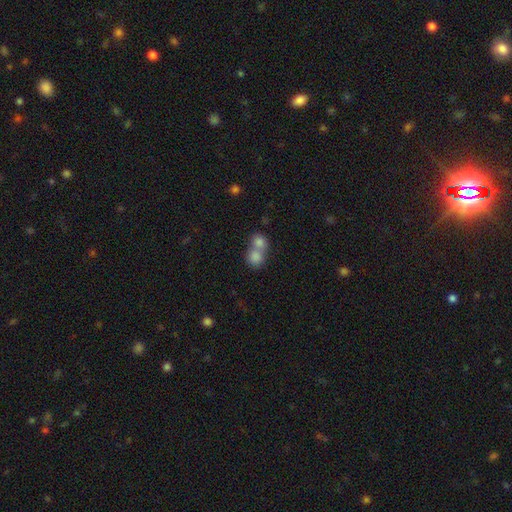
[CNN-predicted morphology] smooth 79%, star or artifact 10%, featured or disk 10%. Down the decision tree: how rounded — round (75%); merging — merger (65%).